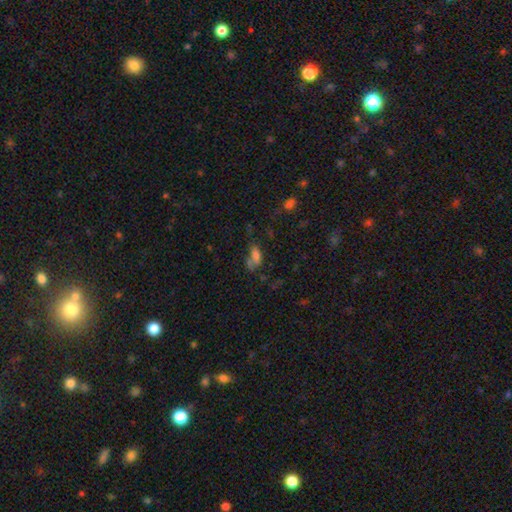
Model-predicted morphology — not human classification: Q: Smooth or featured?
A: smooth (67%); runner-up: star or artifact (18%)
Q: How rounded?
A: in between (80%); runner-up: cigar-shaped (12%)
Q: Merging?
A: none (32%); runner-up: merger (26%)